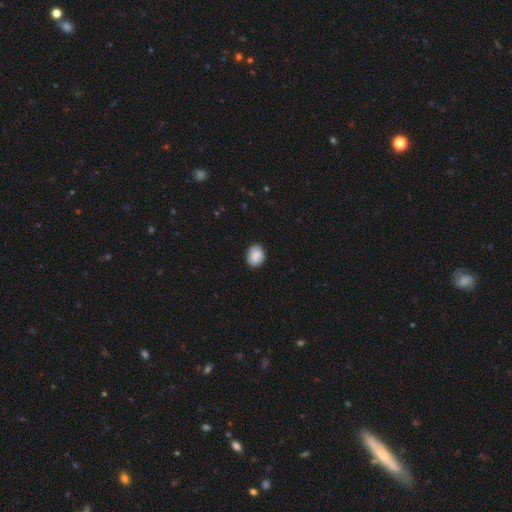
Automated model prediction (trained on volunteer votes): A smooth galaxy with no disk features (84%) that is round (53%). Merging: none (87%).